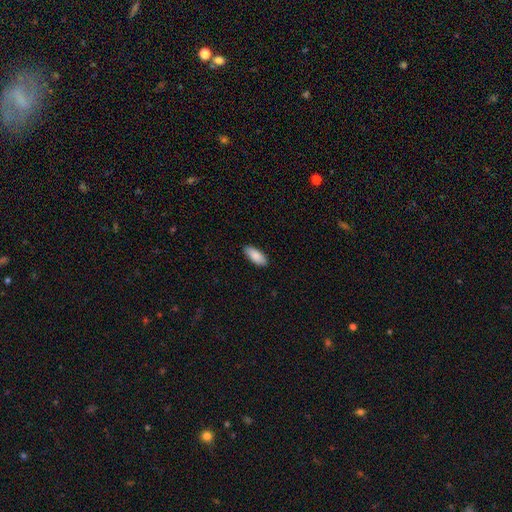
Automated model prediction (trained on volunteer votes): smooth-or-featured: smooth: 88% | featured or disk: 6% | star or artifact: 6%
  how-rounded: in between: 83% | cigar-shaped: 15% | round: 2%
  merging: none: 89% | minor disturbance: 8% | major disturbance: 2% | merger: 1%